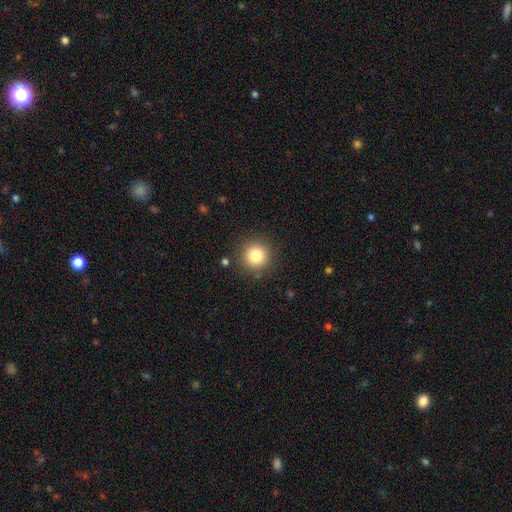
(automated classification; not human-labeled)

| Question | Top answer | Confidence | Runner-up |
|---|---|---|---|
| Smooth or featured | smooth | 82% | star or artifact (11%) |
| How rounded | round | 95% | in between (4%) |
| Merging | none | 88% | minor disturbance (7%) |